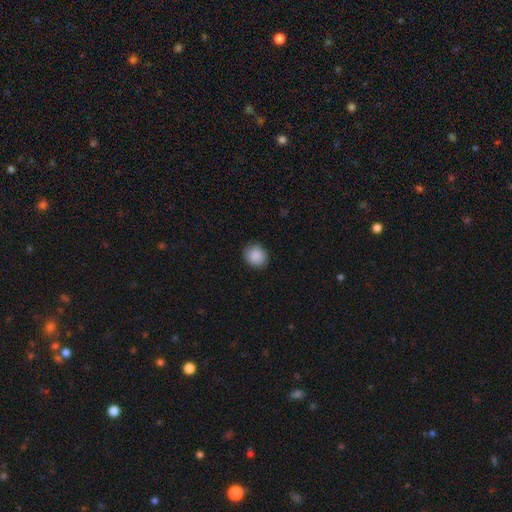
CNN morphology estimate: Smooth or featured? smooth (89%)
How rounded? round (77%)
Merging? none (86%)